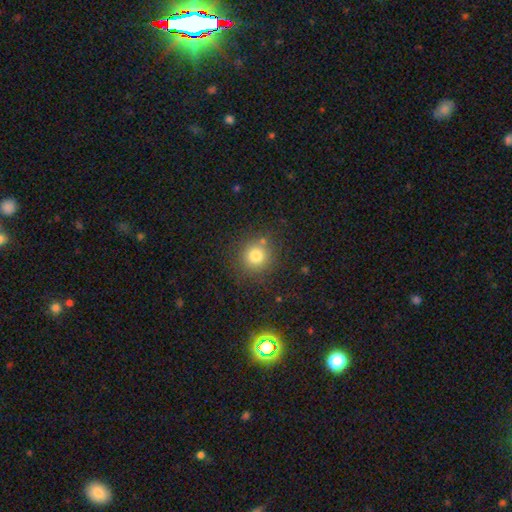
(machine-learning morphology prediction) smooth_or_featured: smooth (p=0.79) [alt: star or artifact p=0.14]
how_rounded: round (p=0.91) [alt: in between p=0.08]
merging: none (p=0.83) [alt: minor disturbance p=0.09]